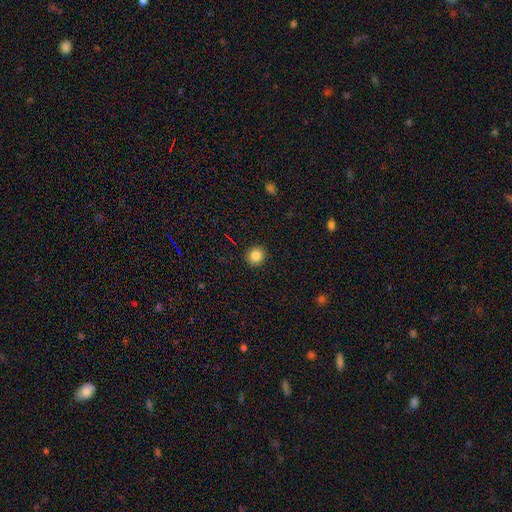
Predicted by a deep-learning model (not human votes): smooth_or_featured: smooth (p=0.85) [alt: star or artifact p=0.11]
how_rounded: round (p=0.88) [alt: in between p=0.11]
merging: none (p=0.92) [alt: minor disturbance p=0.05]